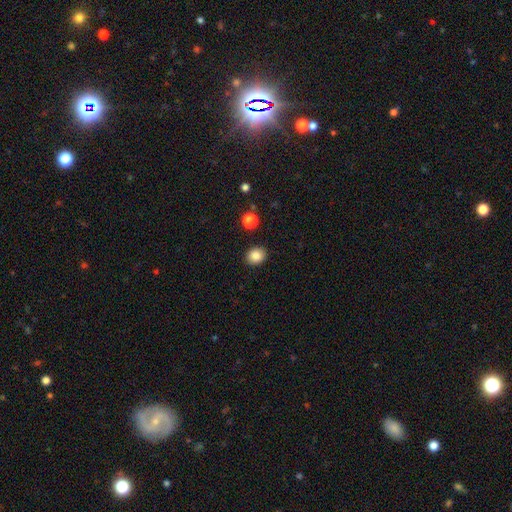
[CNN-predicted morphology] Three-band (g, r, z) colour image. It shows a smooth galaxy with no disk features (86%) that is round (64%). Merging: none (90%).